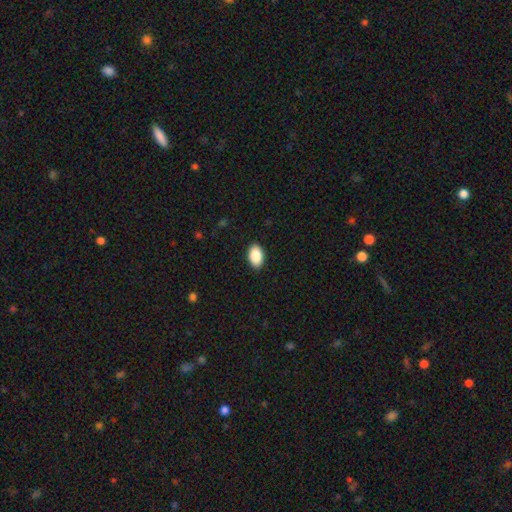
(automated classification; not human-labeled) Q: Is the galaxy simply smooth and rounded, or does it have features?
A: smooth — 88%.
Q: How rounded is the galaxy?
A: in between — 93%.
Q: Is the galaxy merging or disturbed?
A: none — 90%.